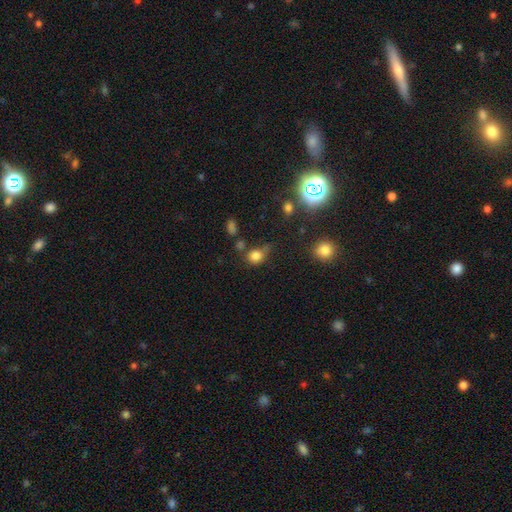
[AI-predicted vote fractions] Smooth or featured? Predicted: smooth (p=0.77). How rounded? Predicted: round (p=0.72). Merging? Predicted: none (p=0.52).